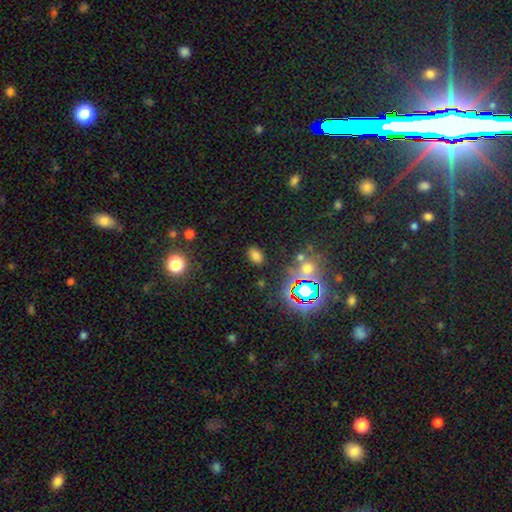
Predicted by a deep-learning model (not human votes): Smooth or featured? Predicted: smooth (p=0.70). How rounded? Predicted: in between (p=0.82). Merging? Predicted: none (p=0.85).